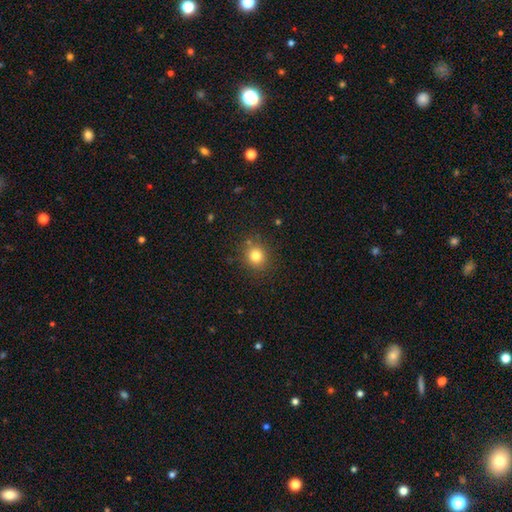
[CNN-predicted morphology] A smooth galaxy with no disk features (80%) that is round (87%). Merging: none (86%).